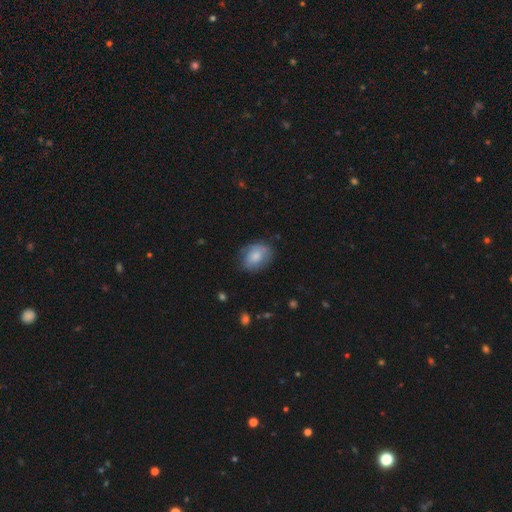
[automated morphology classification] This appears to be a smooth galaxy with no disk features (74%) that is in between round and cigar-shaped (67%). Merging: none (70%).